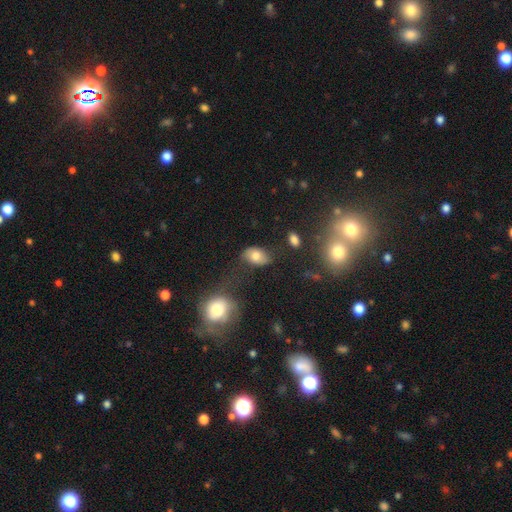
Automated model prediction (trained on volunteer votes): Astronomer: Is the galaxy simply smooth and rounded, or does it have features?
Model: smooth — 71%.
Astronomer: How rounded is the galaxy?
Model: in between — 85%.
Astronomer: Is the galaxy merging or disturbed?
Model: none — 59%.